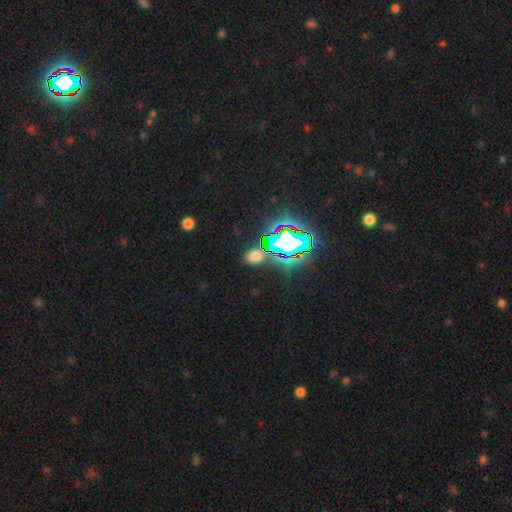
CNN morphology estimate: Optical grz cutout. It shows a smooth galaxy with no disk features (54%) that is in between round and cigar-shaped (54%). Merging: none (81%).